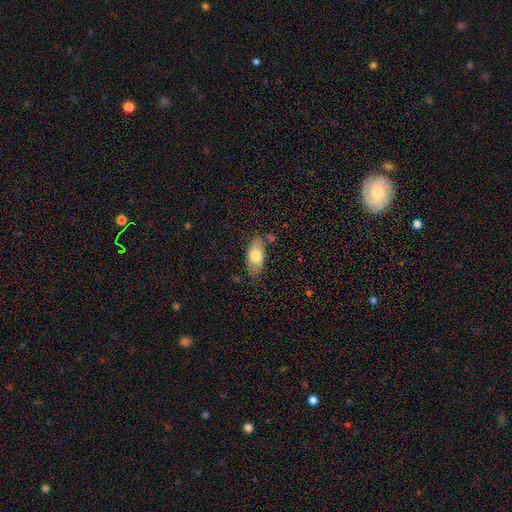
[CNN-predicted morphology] A smooth galaxy with no disk features (72%) that is in between round and cigar-shaped (88%). Merging: none (72%).